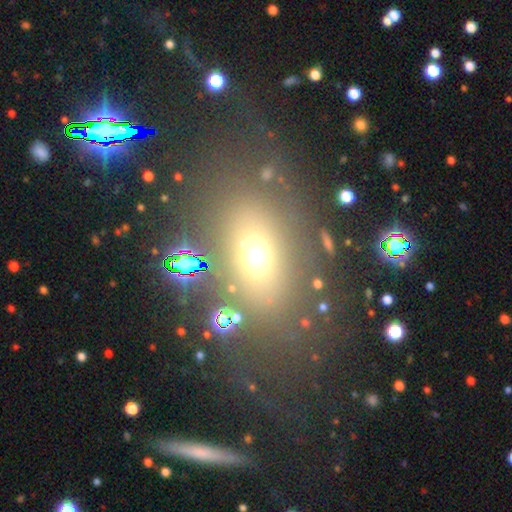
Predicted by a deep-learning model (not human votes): This appears to be a smooth galaxy with no disk features (57%) that is in between round and cigar-shaped (66%). Merging: none (73%).